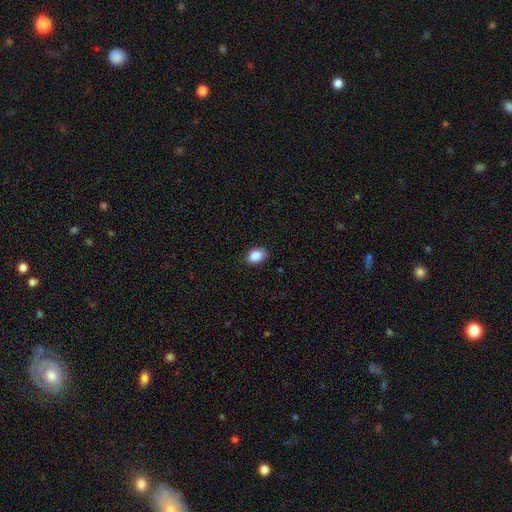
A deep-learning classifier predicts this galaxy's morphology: This is clearly a smooth galaxy (88%). How rounded: likely in between (75%). Merging: clearly none (88%).